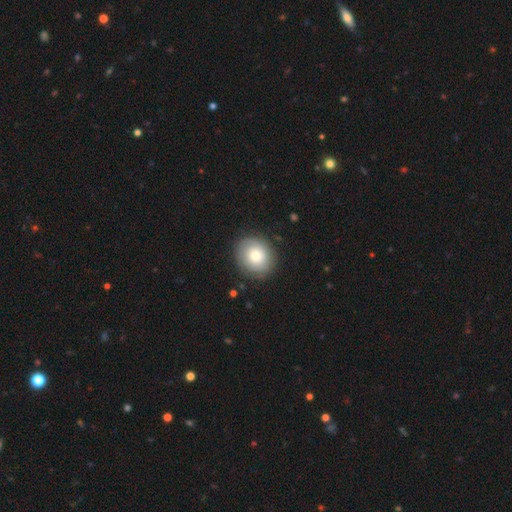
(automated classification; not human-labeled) smooth_or_featured: smooth (p=0.69) [alt: featured or disk p=0.23]
how_rounded: round (p=0.79) [alt: in between p=0.20]
merging: none (p=0.84) [alt: minor disturbance p=0.11]